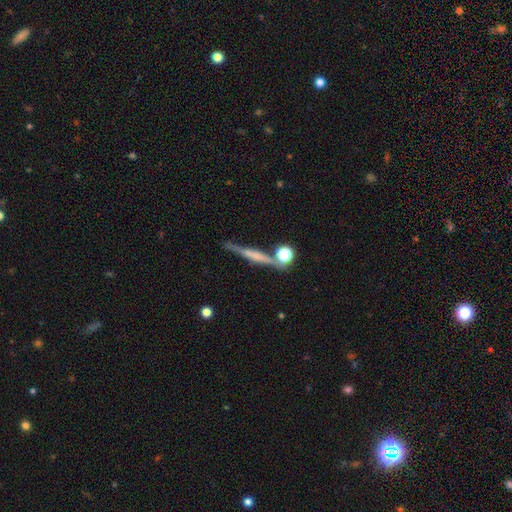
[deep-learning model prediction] smooth_or_featured: featured or disk (p=0.60) [alt: smooth p=0.30]
disk_edge_on: yes (p=0.95) [alt: no p=0.05]
edge_on_bulge: none (p=0.37) [tied with: rounded p=0.37]
merging: none (p=0.73) [alt: minor disturbance p=0.13]